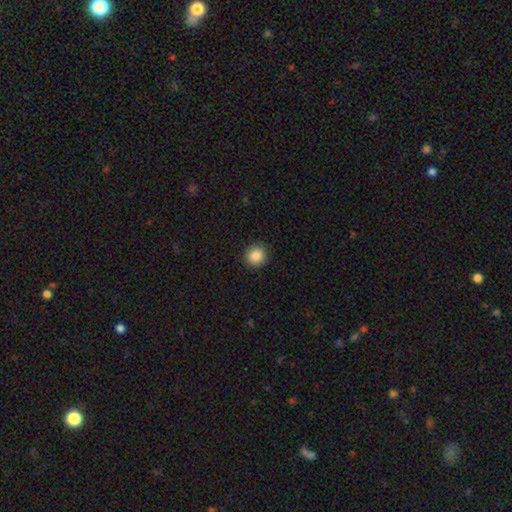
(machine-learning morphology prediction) Smooth or featured? smooth (86%)
How rounded? round (92%)
Merging? none (92%)